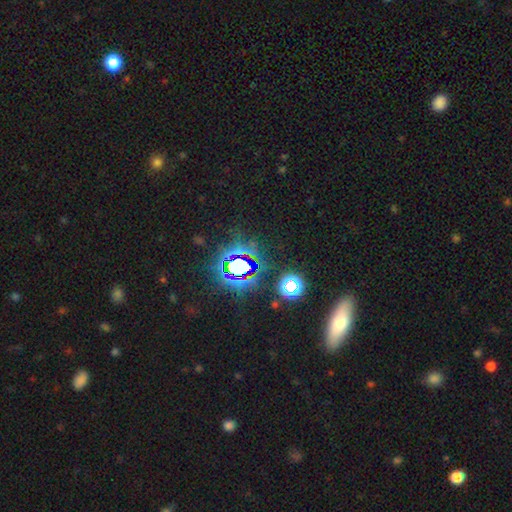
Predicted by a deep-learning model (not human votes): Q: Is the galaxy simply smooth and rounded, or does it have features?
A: star or artifact — 66%.